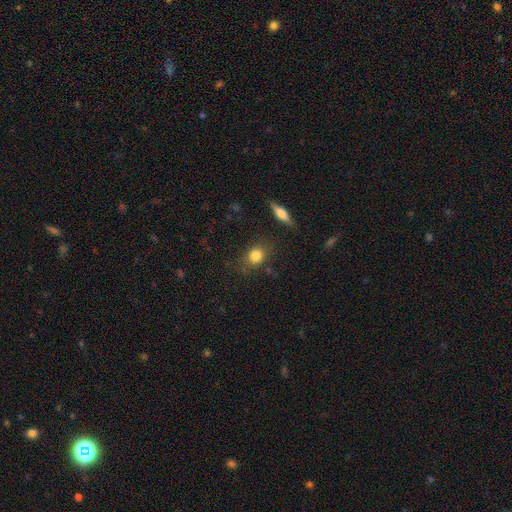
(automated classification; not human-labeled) Smooth or featured? Predicted: smooth (p=0.82). How rounded? Predicted: round (p=0.60). Merging? Predicted: none (p=0.77).